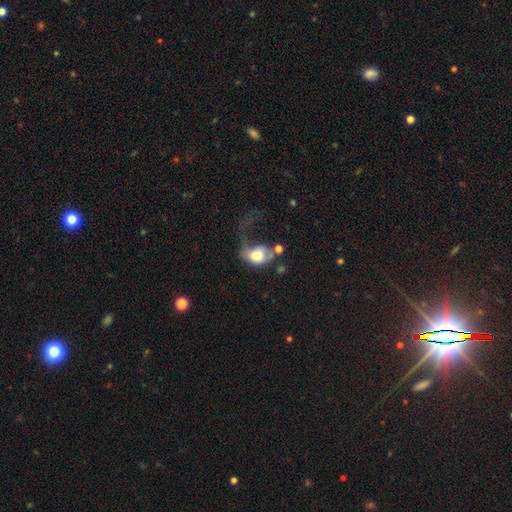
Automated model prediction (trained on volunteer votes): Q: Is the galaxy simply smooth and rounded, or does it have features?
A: smooth — 59%.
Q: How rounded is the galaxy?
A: in between — 65%.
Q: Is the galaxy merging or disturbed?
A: major disturbance — 61%.